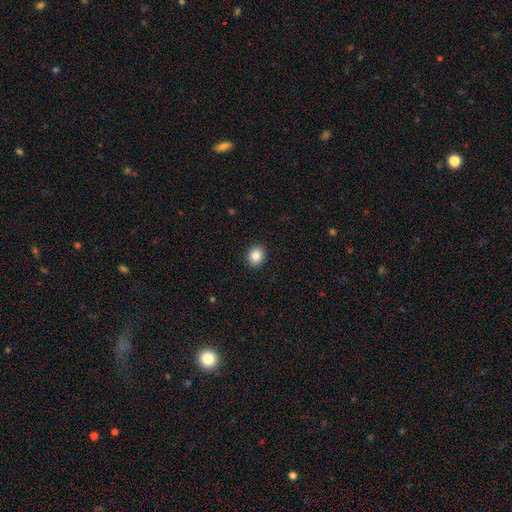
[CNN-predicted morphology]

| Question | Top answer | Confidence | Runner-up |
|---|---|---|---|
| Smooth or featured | smooth | 86% | star or artifact (9%) |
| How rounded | round | 64% | in between (35%) |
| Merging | none | 92% | minor disturbance (6%) |